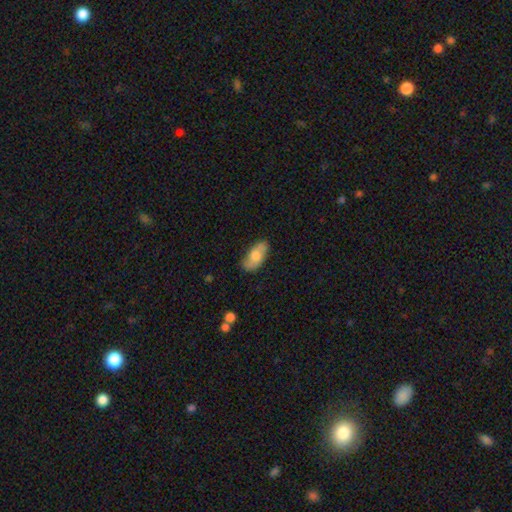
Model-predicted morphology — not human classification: smooth_or_featured: smooth (p=0.69) [alt: featured or disk p=0.25]
how_rounded: in between (p=0.91) [alt: cigar-shaped p=0.06]
merging: none (p=0.78) [alt: minor disturbance p=0.17]